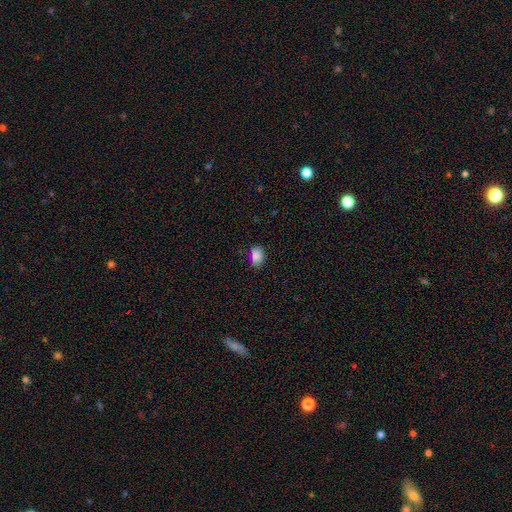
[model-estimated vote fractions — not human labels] This is clearly a smooth galaxy (88%). How rounded: likely in between (80%). Merging: likely none (78%).